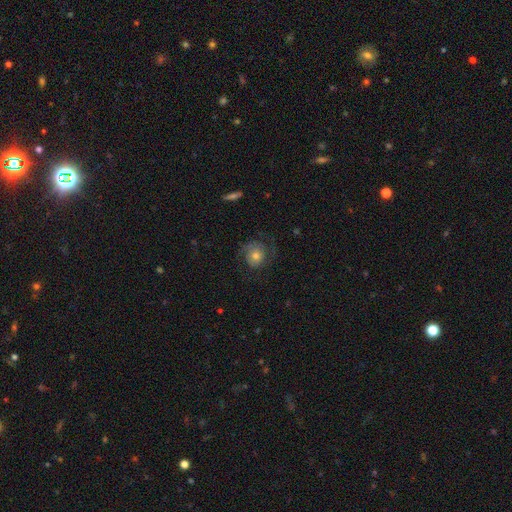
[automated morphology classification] smooth-or-featured: featured or disk: 56% | smooth: 35% | star or artifact: 8%
  disk-edge-on: no: 97% | yes: 3%
    bar: no: 81% | weak: 15% | strong: 3%
    has-spiral-arms: yes: 84% | no: 16%
    bulge-size: moderate: 58% | small: 29% | large: 8% | dominant: 2% | none: 2%
  merging: none: 65% | minor disturbance: 17% | major disturbance: 16% | merger: 1%